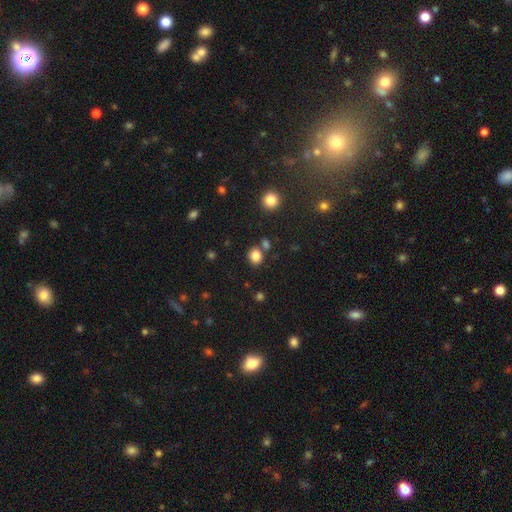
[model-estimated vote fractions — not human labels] smooth_or_featured: smooth (p=0.83) [alt: star or artifact p=0.12]
how_rounded: round (p=0.69) [alt: in between p=0.30]
merging: none (p=0.74) [alt: merger p=0.13]